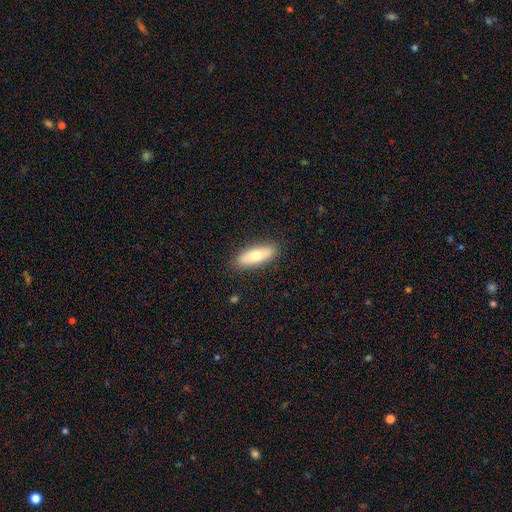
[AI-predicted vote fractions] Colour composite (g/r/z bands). It shows a smooth galaxy with no disk features (69%) that is in between round and cigar-shaped (59%). Merging: none (88%).